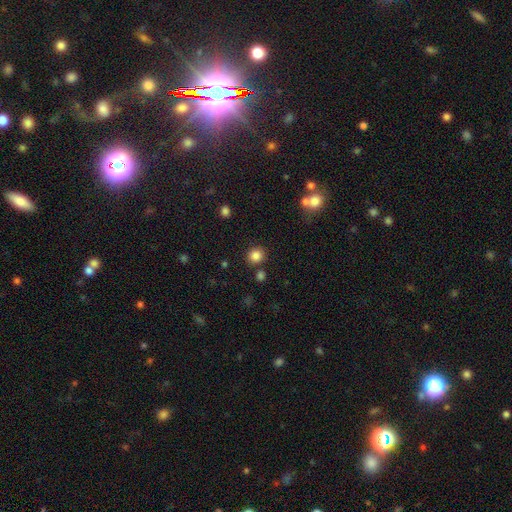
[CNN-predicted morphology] This is clearly a smooth galaxy (85%). How rounded: clearly round (87%). Merging: clearly none (84%).